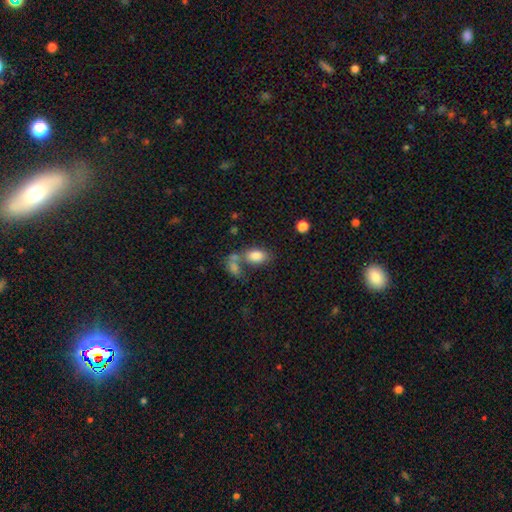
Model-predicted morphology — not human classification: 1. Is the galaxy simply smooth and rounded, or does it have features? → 82% smooth, 10% featured or disk, 9% star or artifact.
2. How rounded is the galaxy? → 90% in between, 9% round, 2% cigar-shaped.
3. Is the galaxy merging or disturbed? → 45% none, 35% merger, 13% minor disturbance, 8% major disturbance.